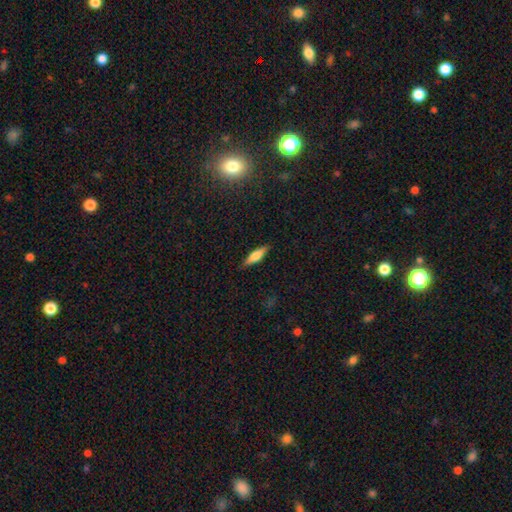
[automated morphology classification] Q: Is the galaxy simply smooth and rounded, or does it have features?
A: smooth — 67%.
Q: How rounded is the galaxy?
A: cigar-shaped — 64%.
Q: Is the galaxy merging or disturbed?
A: none — 87%.